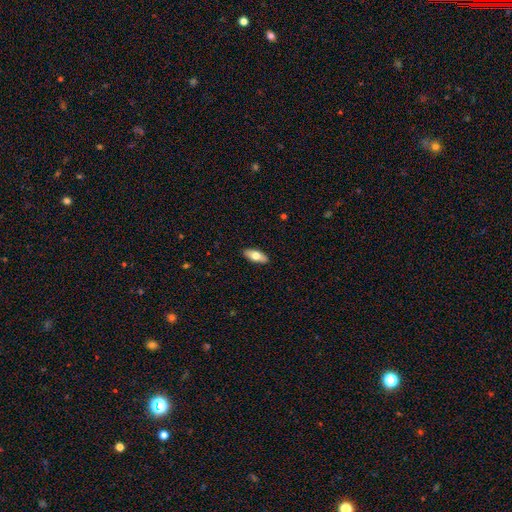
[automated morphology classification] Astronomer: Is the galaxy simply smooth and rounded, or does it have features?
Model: smooth — 70%.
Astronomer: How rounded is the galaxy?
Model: in between — 81%.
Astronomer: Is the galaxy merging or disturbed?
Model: none — 90%.